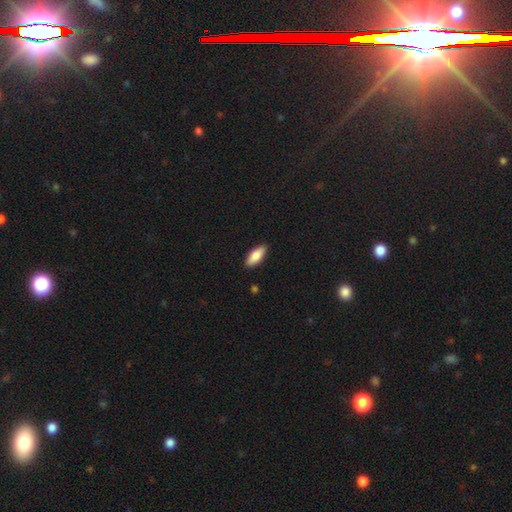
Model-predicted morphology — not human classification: Overall: smooth (82%). How rounded: in between (76%). Merging: none (89%).